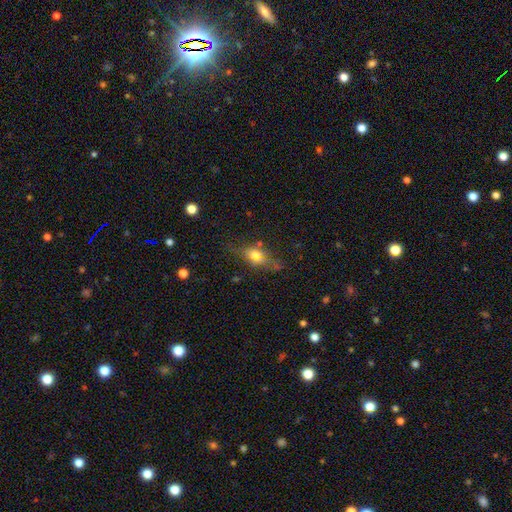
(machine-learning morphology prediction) A smooth galaxy with no disk features (50%).

Vote fractions:
- Smooth or featured? smooth: 50% / featured or disk: 36% / star or artifact: 15%
- Merging? none: 61% / minor disturbance: 21% / major disturbance: 12% / merger: 6%